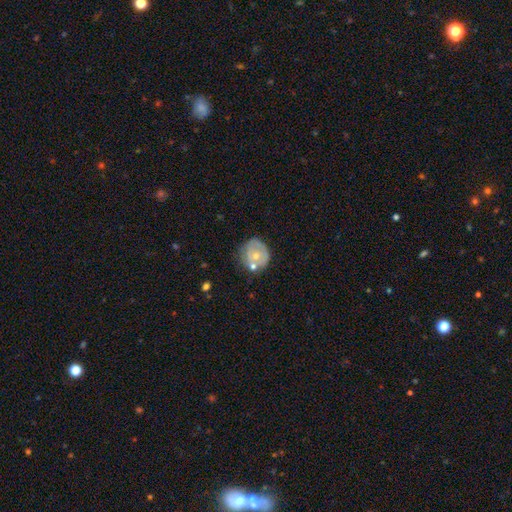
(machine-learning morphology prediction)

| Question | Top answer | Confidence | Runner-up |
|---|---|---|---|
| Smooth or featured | smooth | 49% | featured or disk (43%) |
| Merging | none | 56% | minor disturbance (22%) |